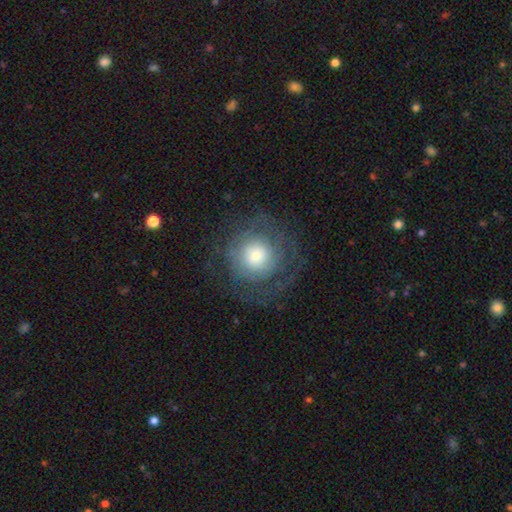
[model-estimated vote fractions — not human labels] Overall: featured or disk (52%; smooth 39%). Edge-on disk: no (96%). Merging: none (70%).